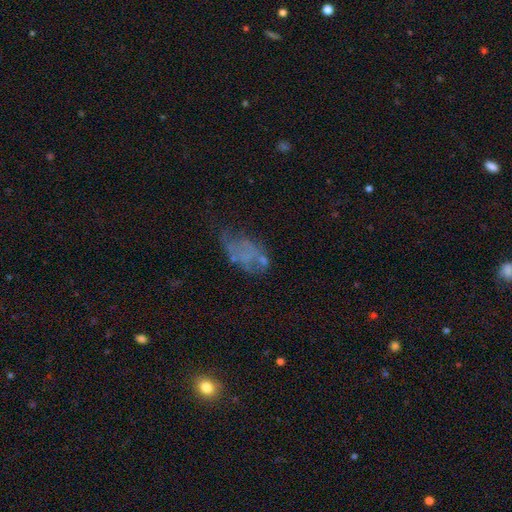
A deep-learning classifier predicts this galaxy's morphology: Smooth or featured: featured or disk — 50% (smooth — 35%)
Edge-on disk: no — 97% (yes — 3%)
Merging: none — 35% (major disturbance — 33%)